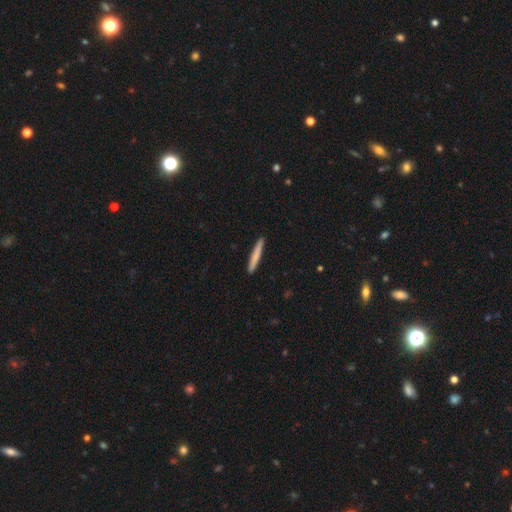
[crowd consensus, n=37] smooth 70%, featured or disk 24%, star or artifact 5%. Down the decision tree: how rounded — cigar-shaped (100%); merging — none (100%).